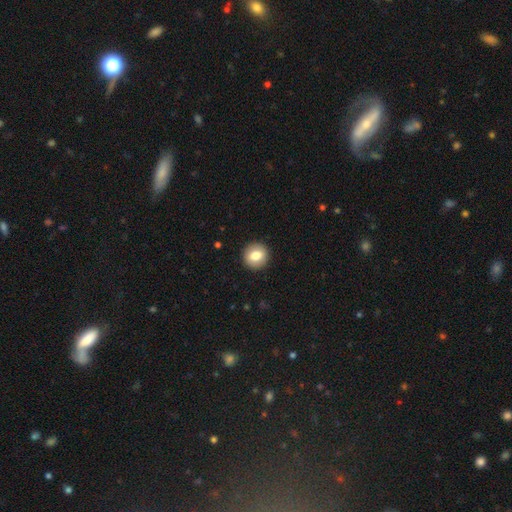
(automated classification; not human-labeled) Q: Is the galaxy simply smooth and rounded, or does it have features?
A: smooth — 78%.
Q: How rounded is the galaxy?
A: round — 90%.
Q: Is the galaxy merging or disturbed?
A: none — 92%.